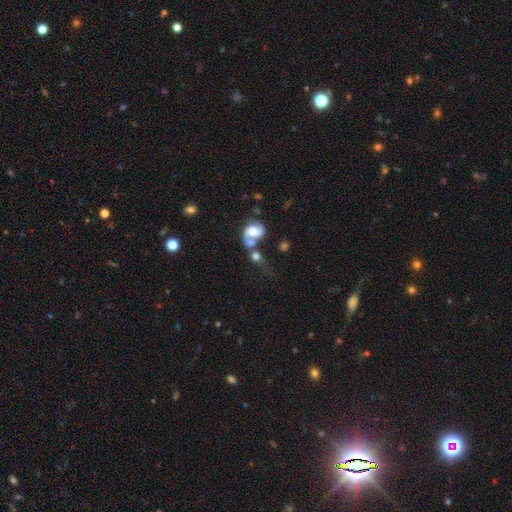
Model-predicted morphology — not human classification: smooth_or_featured: smooth (p=0.43) [alt: featured or disk p=0.41]
merging: merger (p=0.54) [alt: none p=0.23]